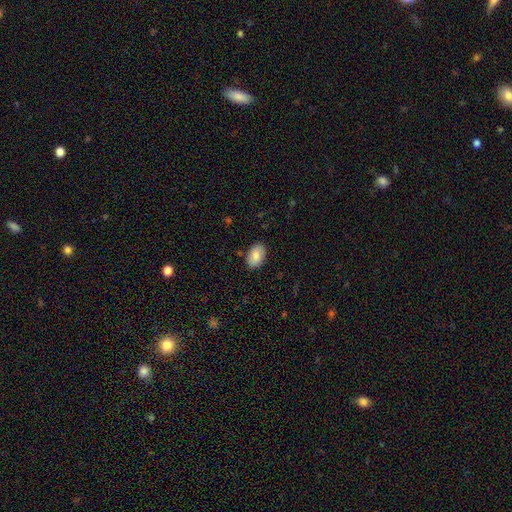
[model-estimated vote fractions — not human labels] This appears to be a smooth galaxy with no disk features (85%) that is in between round and cigar-shaped (90%). Merging: none (87%).